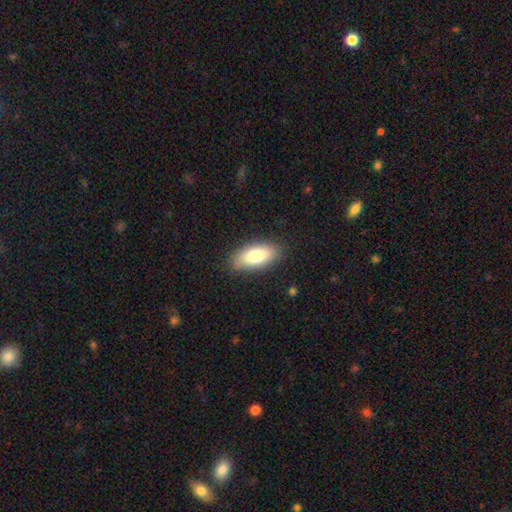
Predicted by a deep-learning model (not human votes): smooth_or_featured: smooth (p=0.79) [alt: featured or disk p=0.15]
how_rounded: in between (p=0.87) [alt: cigar-shaped p=0.10]
merging: none (p=0.84) [alt: minor disturbance p=0.12]